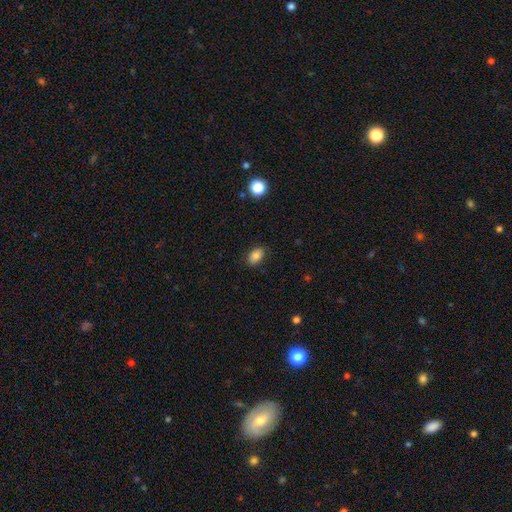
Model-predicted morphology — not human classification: Smooth or featured? Predicted: smooth (p=0.84). How rounded? Predicted: in between (p=0.86). Merging? Predicted: none (p=0.82).